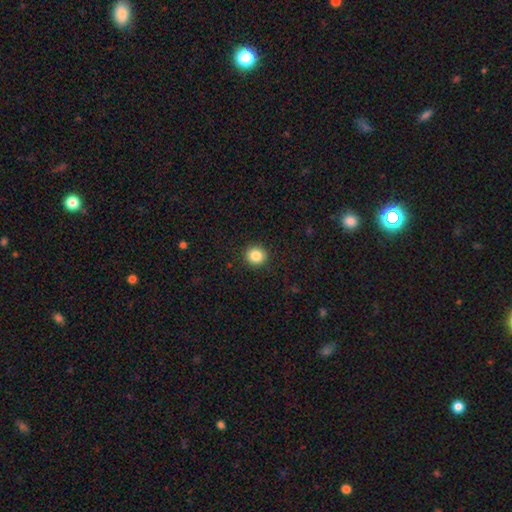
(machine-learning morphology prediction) A smooth galaxy with no disk features (86%) that is round (89%). Merging: none (92%).